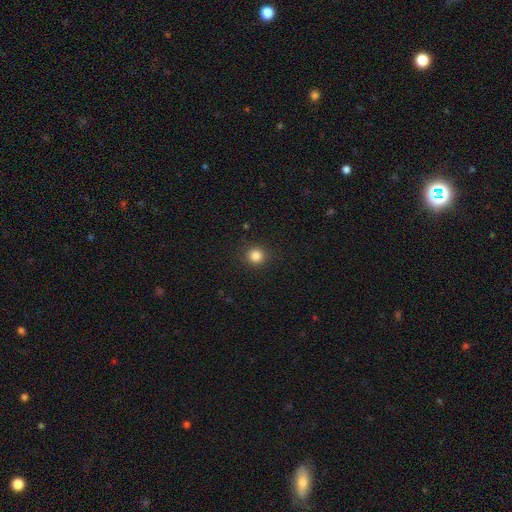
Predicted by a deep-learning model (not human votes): smooth_or_featured: smooth (p=0.84) [alt: star or artifact p=0.12]
how_rounded: round (p=0.93) [alt: in between p=0.06]
merging: none (p=0.90) [alt: minor disturbance p=0.06]